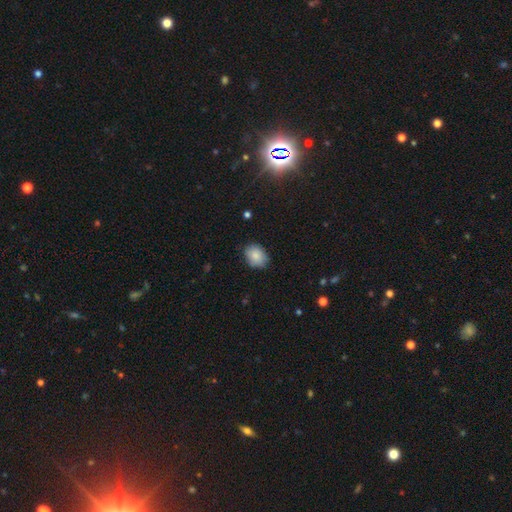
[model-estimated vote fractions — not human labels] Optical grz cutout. It shows a smooth galaxy with no disk features (84%) that is in between round and cigar-shaped (62%). Merging: none (78%).